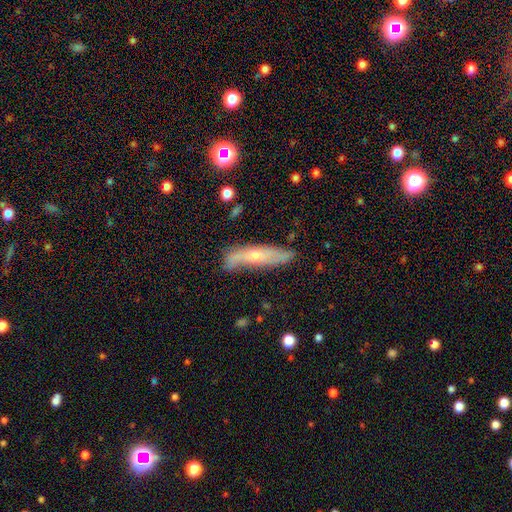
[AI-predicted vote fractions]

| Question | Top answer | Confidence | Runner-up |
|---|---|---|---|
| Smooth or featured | featured or disk | 50% | smooth (41%) |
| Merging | none | 61% | minor disturbance (27%) |